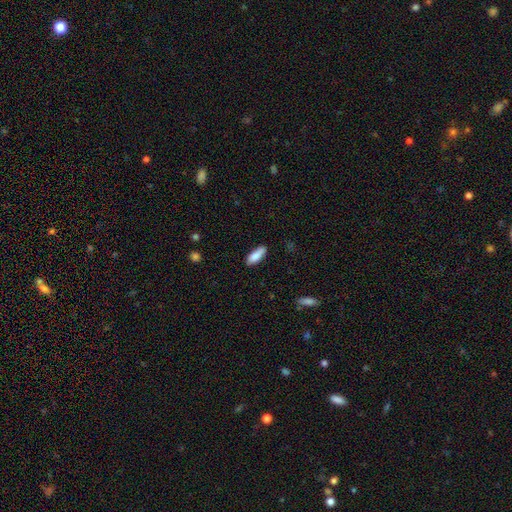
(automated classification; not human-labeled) Q: Smooth or featured?
A: smooth (86%); runner-up: featured or disk (8%)
Q: How rounded?
A: in between (63%); runner-up: cigar-shaped (35%)
Q: Merging?
A: none (81%); runner-up: minor disturbance (15%)